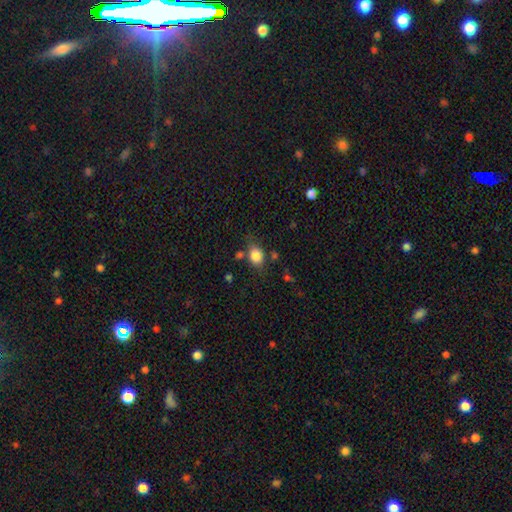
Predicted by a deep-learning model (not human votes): Smooth or featured? Predicted: smooth (p=0.84). How rounded? Predicted: in between (p=0.55). Merging? Predicted: none (p=0.65).